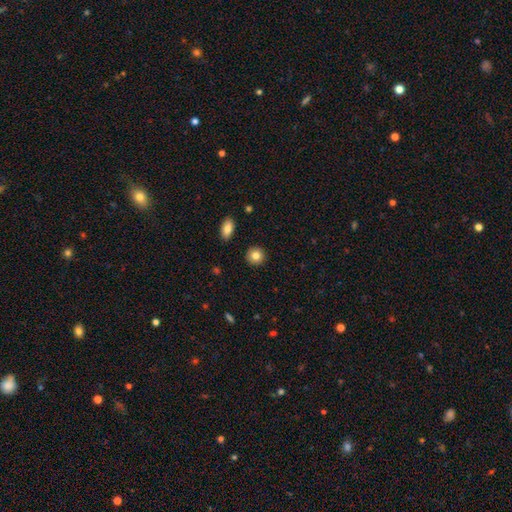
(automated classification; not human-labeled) Overall: smooth (83%). How rounded: round (89%). Merging: none (91%).